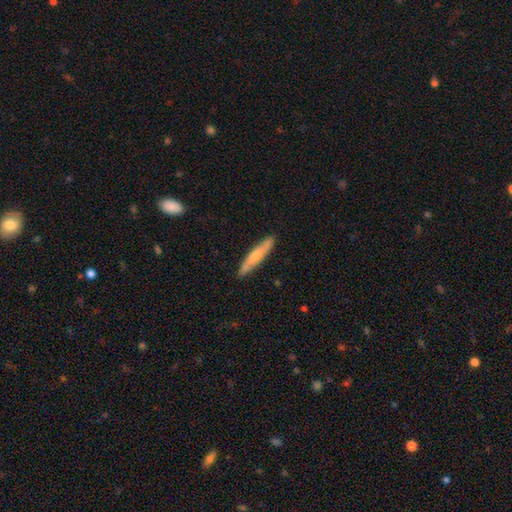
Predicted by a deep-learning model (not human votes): smooth_or_featured: smooth (p=0.59) [alt: featured or disk p=0.36]
how_rounded: cigar-shaped (p=0.90) [alt: in between p=0.09]
merging: none (p=0.86) [alt: minor disturbance p=0.11]